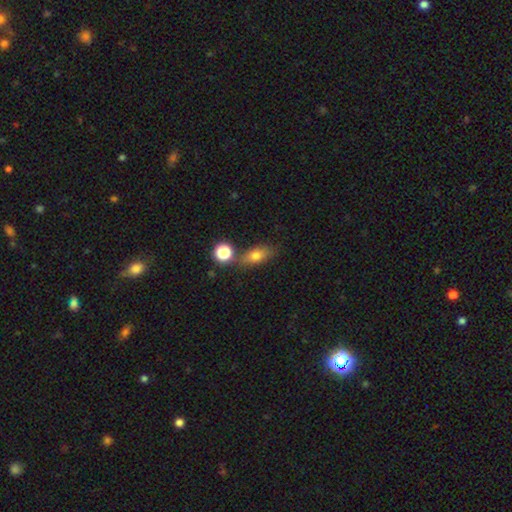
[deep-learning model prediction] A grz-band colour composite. It shows a smooth galaxy with no disk features (72%) that is in between round and cigar-shaped (73%). Merging: none (68%).